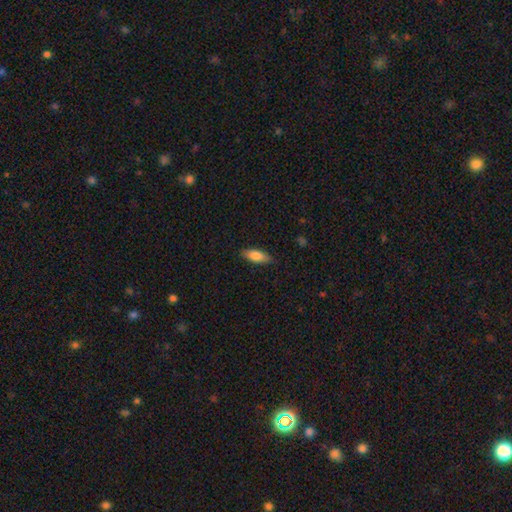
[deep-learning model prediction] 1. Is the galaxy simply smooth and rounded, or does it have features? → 81% smooth, 13% featured or disk, 6% star or artifact.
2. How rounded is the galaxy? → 71% in between, 27% cigar-shaped, 2% round.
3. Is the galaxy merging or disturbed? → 85% none, 11% minor disturbance, 2% major disturbance, 1% merger.